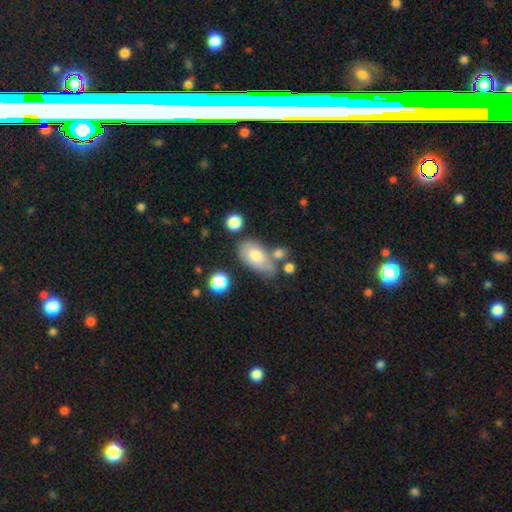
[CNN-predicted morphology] Smooth or featured?
  - smooth: 73% *
  - featured or disk: 19%
  - star or artifact: 8%
How rounded?
  - in between: 90% *
  - round: 5%
  - cigar-shaped: 4%
Merging?
  - none: 51% *
  - minor disturbance: 23%
  - merger: 16%
  - major disturbance: 9%